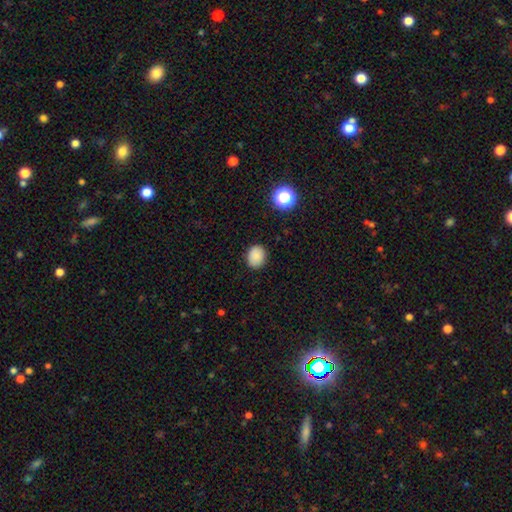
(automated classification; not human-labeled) The model was most divided on "how rounded": round: 55%, in between: 44%, cigar-shaped: 1%. More confident: merging — none (87%); smooth or featured — smooth (86%).